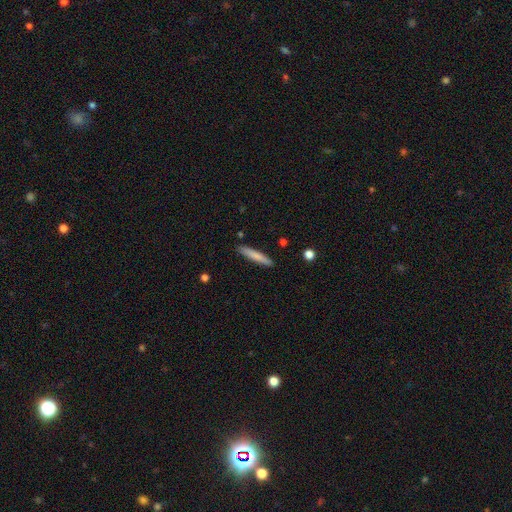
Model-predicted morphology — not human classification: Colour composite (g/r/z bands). It shows a smooth galaxy with no disk features (76%) that is cigar-shaped (93%). Merging: none (90%).